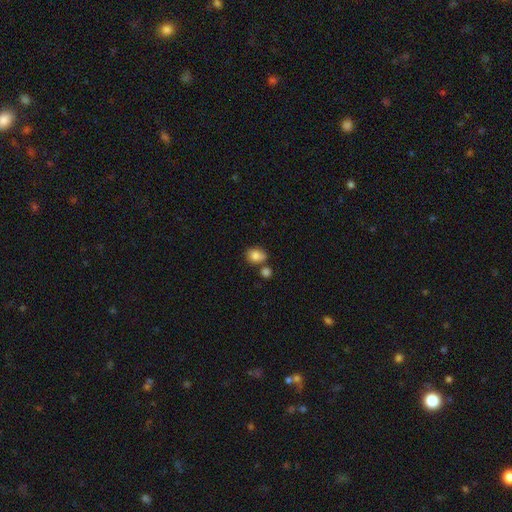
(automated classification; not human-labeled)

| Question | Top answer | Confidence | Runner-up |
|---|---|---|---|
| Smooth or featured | smooth | 82% | star or artifact (9%) |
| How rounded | round | 52% | in between (47%) |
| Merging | none | 58% | merger (22%) |